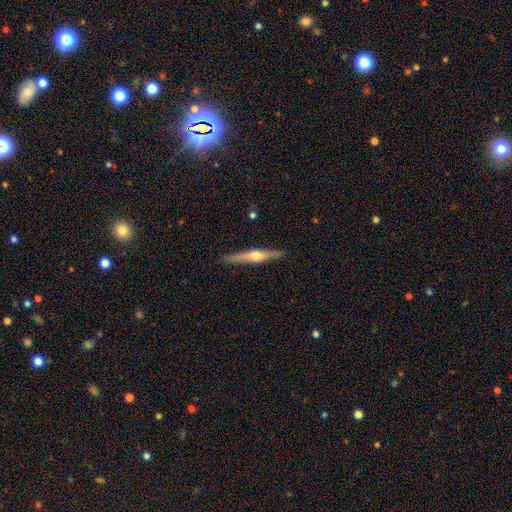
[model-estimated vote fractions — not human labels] Q: Smooth or featured?
A: featured or disk (67%); runner-up: smooth (28%)
Q: Edge-on disk?
A: yes (97%); runner-up: no (3%)
Q: Edge-on bulge?
A: rounded (91%); runner-up: none (5%)
Q: Merging?
A: none (90%); runner-up: minor disturbance (8%)